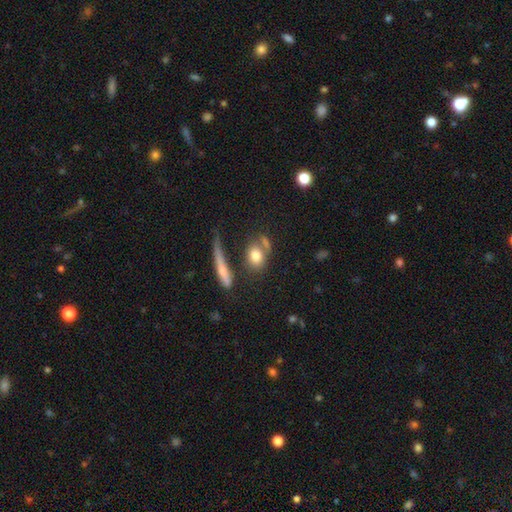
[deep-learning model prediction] Q: Smooth or featured?
A: smooth (74%); runner-up: featured or disk (17%)
Q: How rounded?
A: in between (55%); runner-up: round (36%)
Q: Merging?
A: none (53%); runner-up: merger (23%)